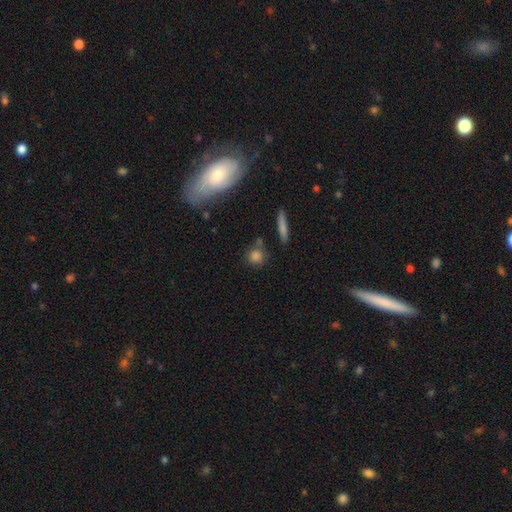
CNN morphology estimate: The model was most divided on "merging": none: 72%, minor disturbance: 13%, merger: 11%, major disturbance: 4%. More confident: smooth or featured — smooth (81%); how rounded — round (79%).